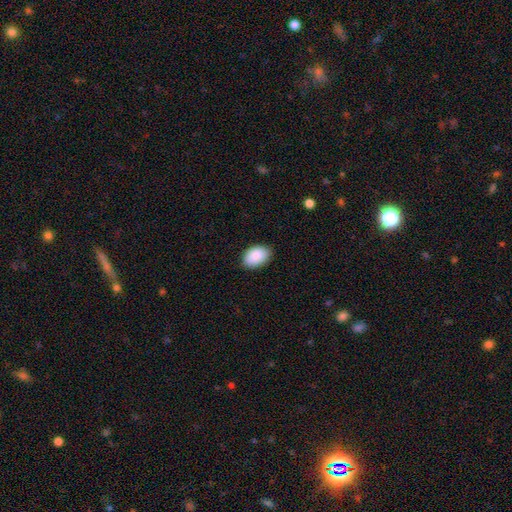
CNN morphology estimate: Q: Smooth or featured?
A: smooth (90%); runner-up: star or artifact (6%)
Q: How rounded?
A: in between (90%); runner-up: round (9%)
Q: Merging?
A: none (86%); runner-up: minor disturbance (12%)